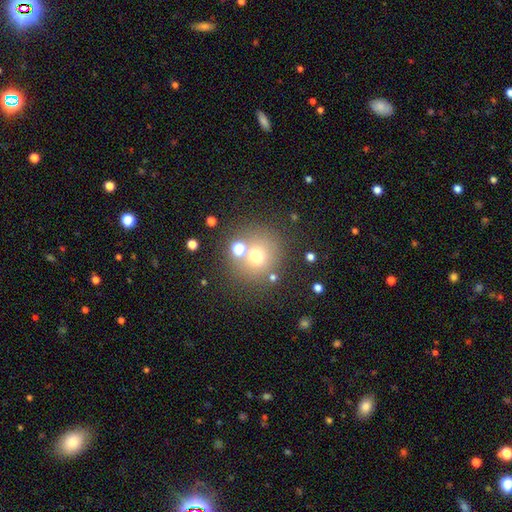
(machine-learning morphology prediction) The model was most divided on "smooth or featured": smooth: 66%, star or artifact: 21%, featured or disk: 14%. More confident: how rounded — round (90%); merging — none (72%).